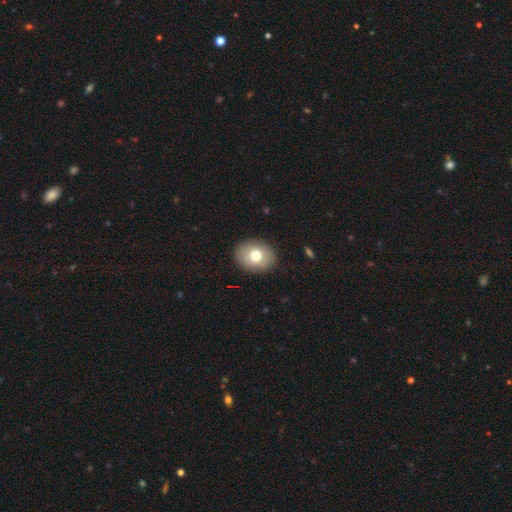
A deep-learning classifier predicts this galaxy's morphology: type=smooth (73%); roundness=in between (53%); merging=none (88%).